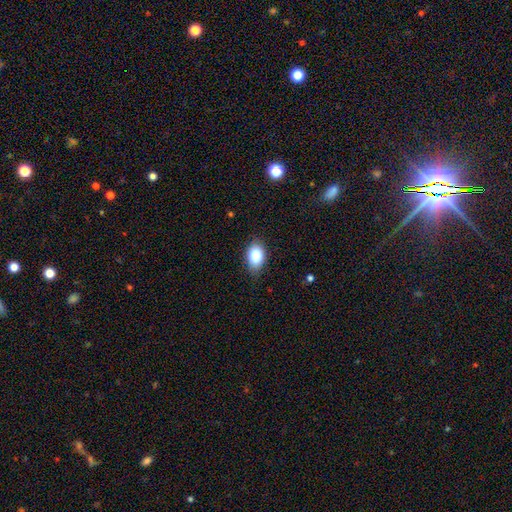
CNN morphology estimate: A smooth galaxy with no disk features (88%) that is in between round and cigar-shaped (90%).

Vote fractions:
- Smooth or featured? smooth: 88% / star or artifact: 7% / featured or disk: 5%
- How rounded? in between: 90% / round: 9% / cigar-shaped: 1%
- Merging? none: 80% / minor disturbance: 16% / major disturbance: 3% / merger: 1%